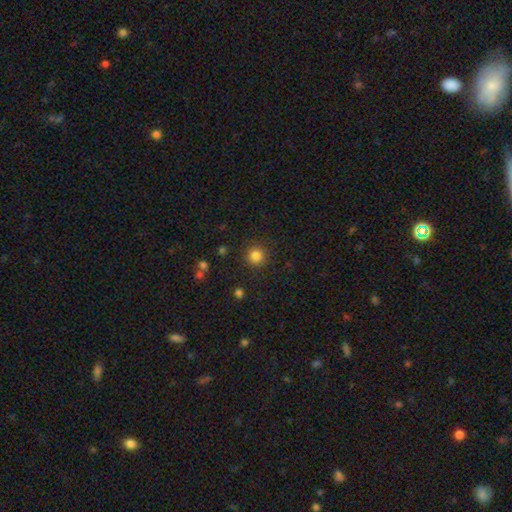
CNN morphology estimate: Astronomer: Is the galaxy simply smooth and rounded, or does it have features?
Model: smooth — 83%.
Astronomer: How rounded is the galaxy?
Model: round — 94%.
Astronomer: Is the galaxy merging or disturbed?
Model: none — 90%.